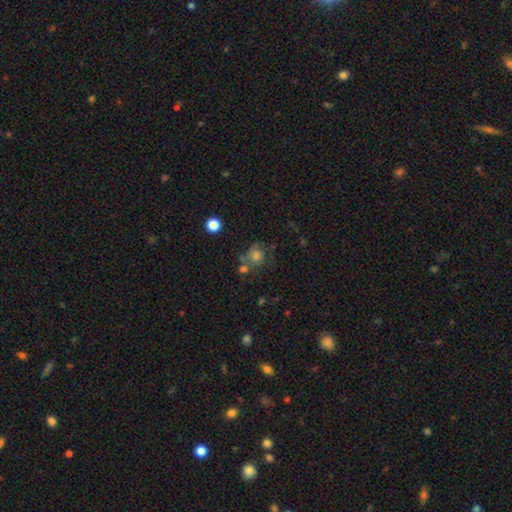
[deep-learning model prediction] smooth 52%, featured or disk 31%, star or artifact 17%. Down the decision tree: how rounded — round (74%); merging — none (48%).